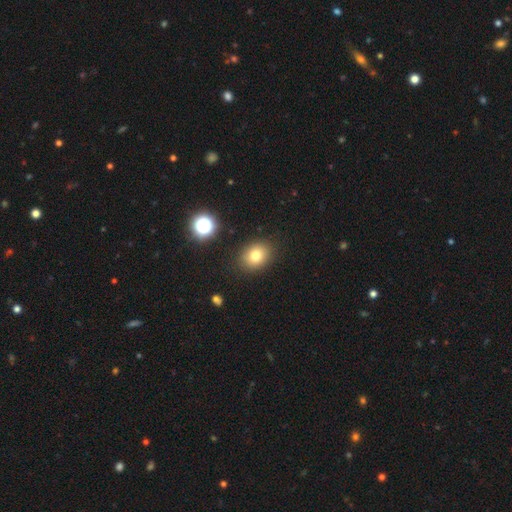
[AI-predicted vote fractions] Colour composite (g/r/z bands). It shows a smooth galaxy with no disk features (78%) that is round (51%). Merging: none (87%).